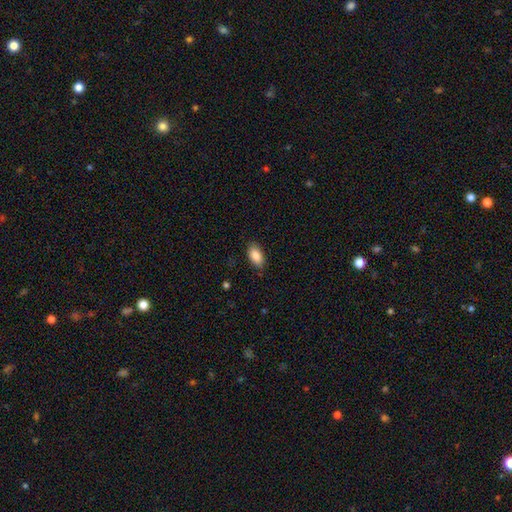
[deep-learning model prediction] Morphology: type=smooth (87%); roundness=in between (93%); merging=none (86%).